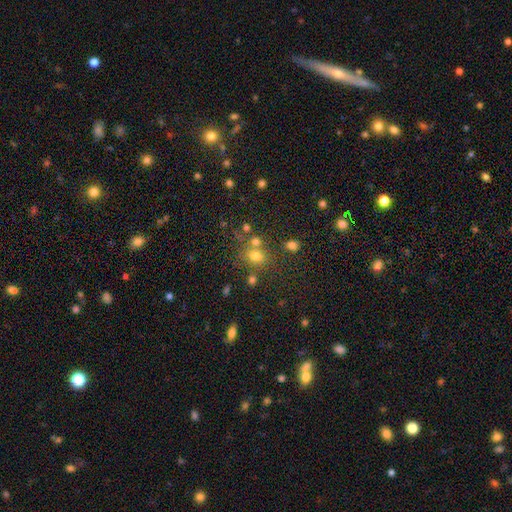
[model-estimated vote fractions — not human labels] Smooth or featured?
  - smooth: 70% *
  - star or artifact: 19%
  - featured or disk: 11%
How rounded?
  - round: 57% *
  - in between: 42%
  - cigar-shaped: 1%
Merging?
  - none: 59% *
  - merger: 22%
  - minor disturbance: 13%
  - major disturbance: 6%